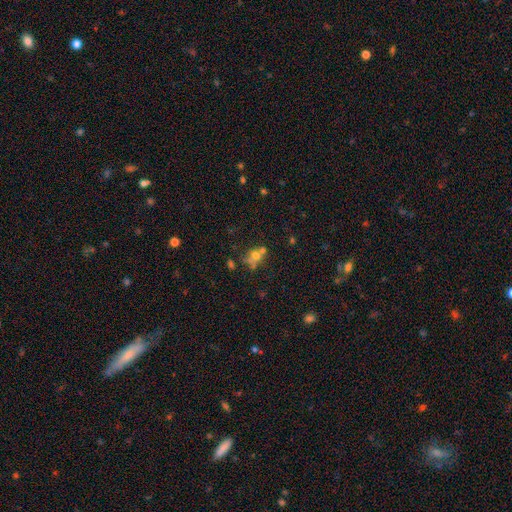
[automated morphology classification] A smooth galaxy with no disk features (58%) that is round (66%).

Vote fractions:
- Smooth or featured? smooth: 58% / featured or disk: 23% / star or artifact: 19%
- How rounded? round: 66% / in between: 33% / cigar-shaped: 2%
- Merging? merger: 42% / none: 38% / minor disturbance: 12% / major disturbance: 8%